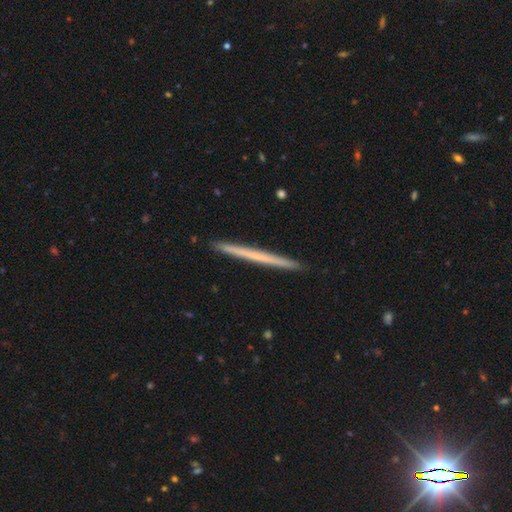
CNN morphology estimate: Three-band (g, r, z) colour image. It shows a featured or disk galaxy (49%). Merging: none (93%).